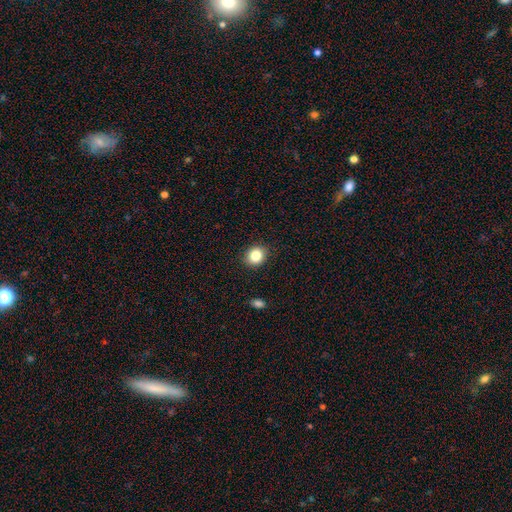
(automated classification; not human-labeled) This appears to be a smooth galaxy with no disk features (85%) that is round (73%). Merging: none (89%).